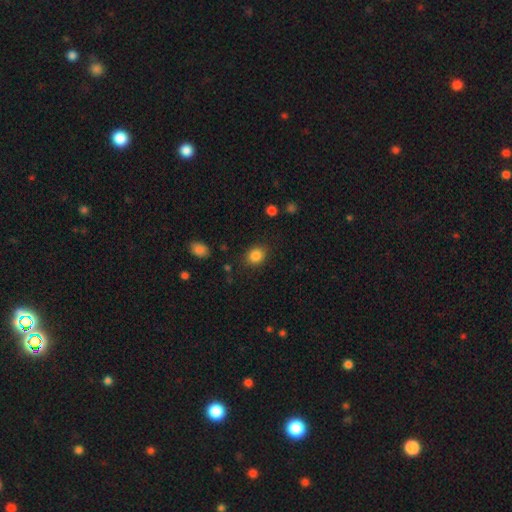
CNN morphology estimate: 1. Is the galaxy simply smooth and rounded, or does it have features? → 85% smooth, 10% star or artifact, 5% featured or disk.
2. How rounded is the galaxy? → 63% round, 36% in between, 1% cigar-shaped.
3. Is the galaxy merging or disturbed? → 85% none, 10% minor disturbance, 3% major disturbance, 2% merger.